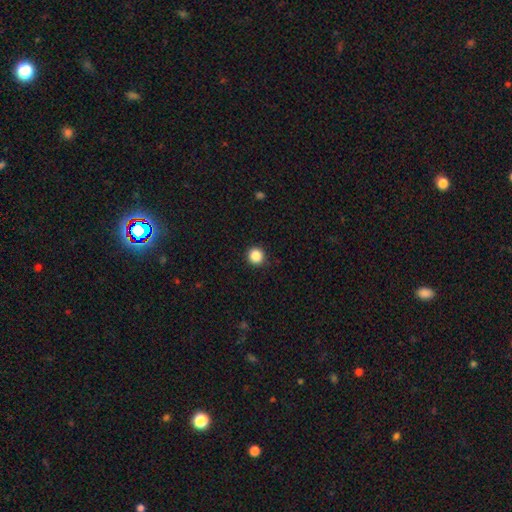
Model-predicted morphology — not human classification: Smooth or featured? smooth (87%)
How rounded? round (95%)
Merging? none (92%)